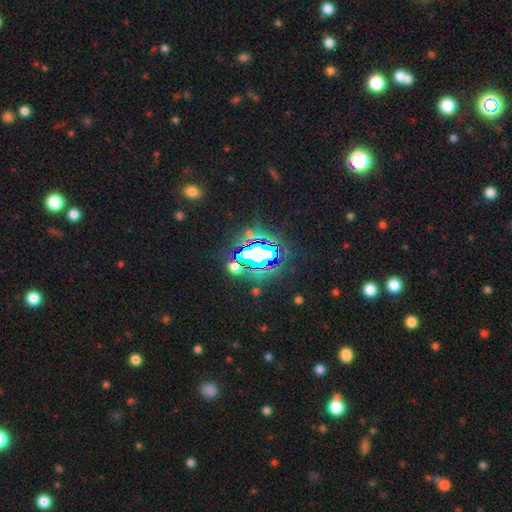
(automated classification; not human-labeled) A star or artifact, not a galaxy (70%).

Vote fractions:
- Smooth or featured? star or artifact: 70% / smooth: 17% / featured or disk: 13%